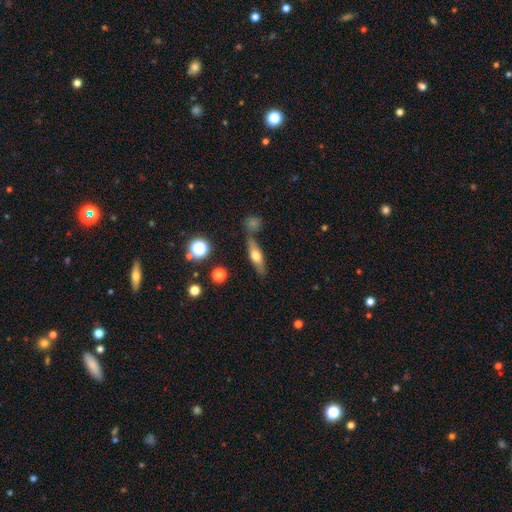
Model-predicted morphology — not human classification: type=smooth (54%); roundness=cigar-shaped (56%); merging=none (72%).